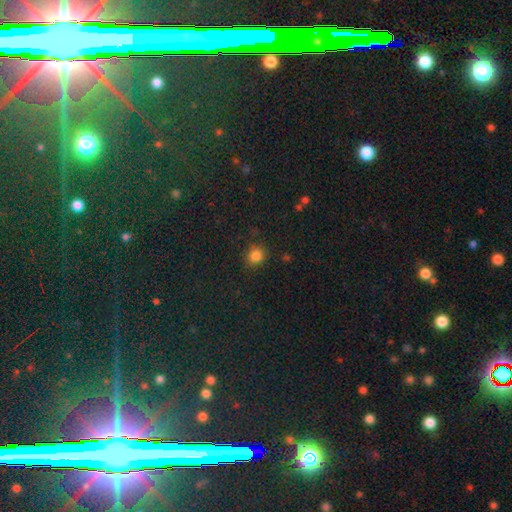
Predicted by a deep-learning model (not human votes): smooth_or_featured: smooth (p=0.82) [alt: star or artifact p=0.13]
how_rounded: round (p=0.85) [alt: in between p=0.14]
merging: none (p=0.84) [alt: minor disturbance p=0.10]